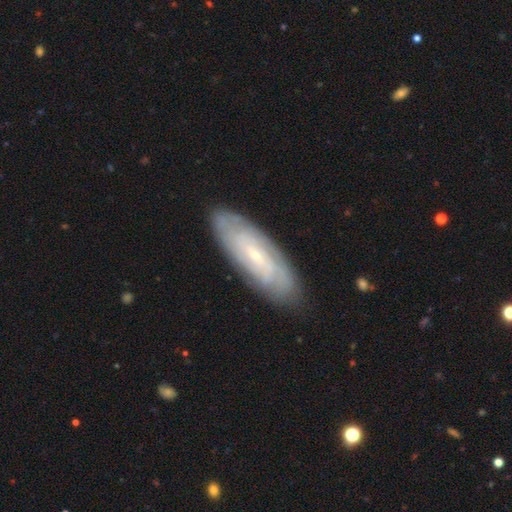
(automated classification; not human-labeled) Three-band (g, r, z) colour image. It shows a featured or disk galaxy (71%) with no bar (59%), tight (72%) spiral arms (88%) and a small central bulge (80%). Merging: none (85%).